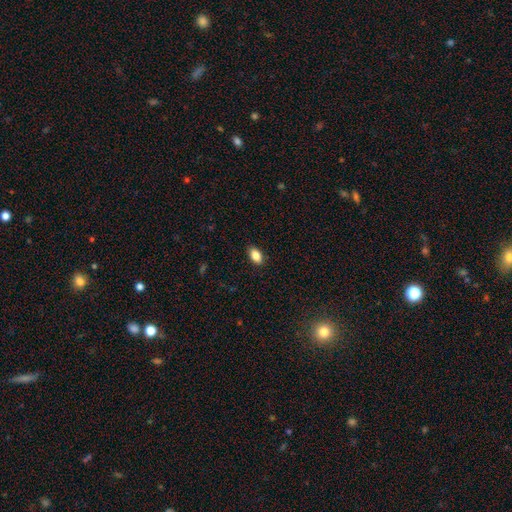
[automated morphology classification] This appears to be a smooth galaxy with no disk features (86%) that is in between round and cigar-shaped (90%). Merging: none (88%).